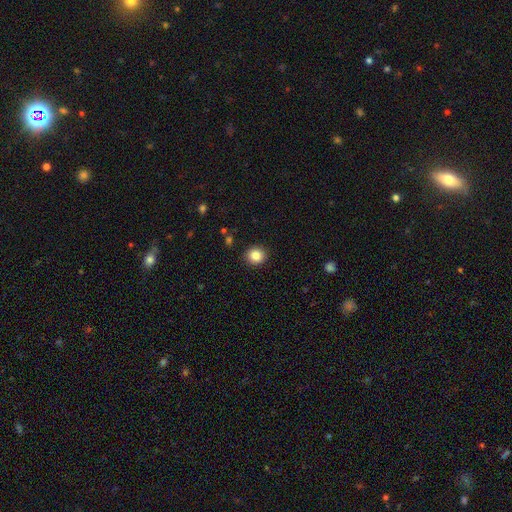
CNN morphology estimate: Q: Smooth or featured?
A: smooth (85%); runner-up: star or artifact (10%)
Q: How rounded?
A: round (87%); runner-up: in between (12%)
Q: Merging?
A: none (91%); runner-up: minor disturbance (6%)